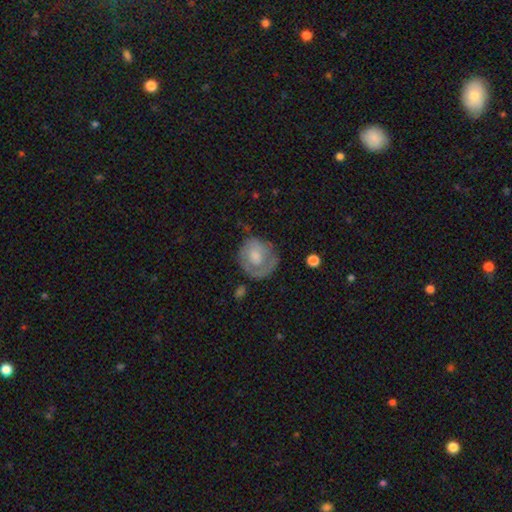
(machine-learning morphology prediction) Smooth or featured?
  - smooth: 49% *
  - featured or disk: 45%
  - star or artifact: 6%
Merging?
  - none: 61% *
  - minor disturbance: 22%
  - major disturbance: 14%
  - merger: 2%